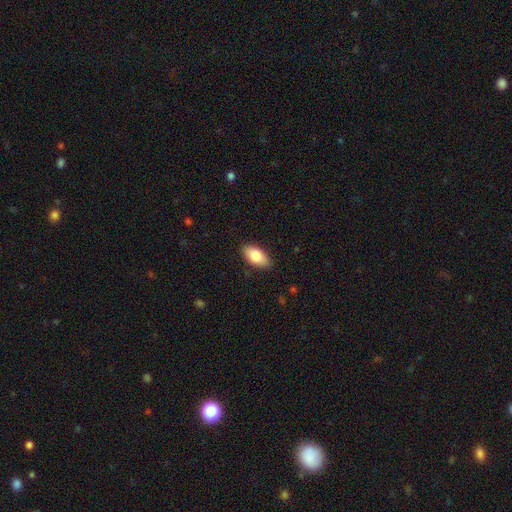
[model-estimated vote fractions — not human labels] Overall: smooth (82%). How rounded: in between (92%). Merging: none (86%).